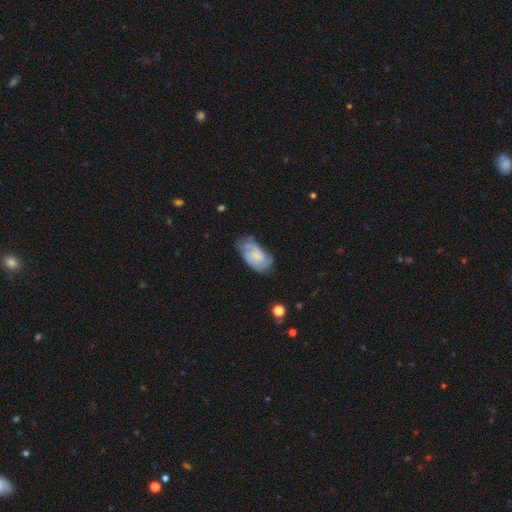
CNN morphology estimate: A featured or disk galaxy (58%) with no bar (65%), spiral arms (85%) and a small central bulge (47%). Merging: none (54%).